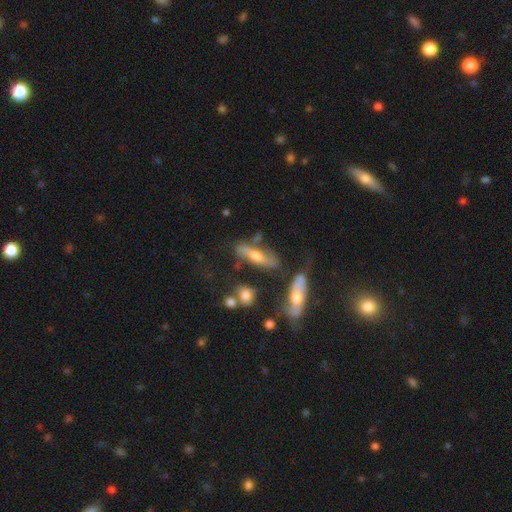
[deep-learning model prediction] Morphology: type=featured or disk (60%); edge-on=yes (62%); merging=none (59%).